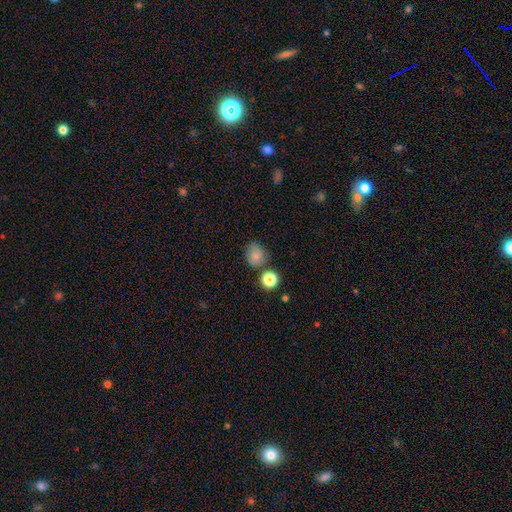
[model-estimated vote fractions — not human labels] Smooth or featured? smooth (79%)
How rounded? round (70%)
Merging? none (63%)